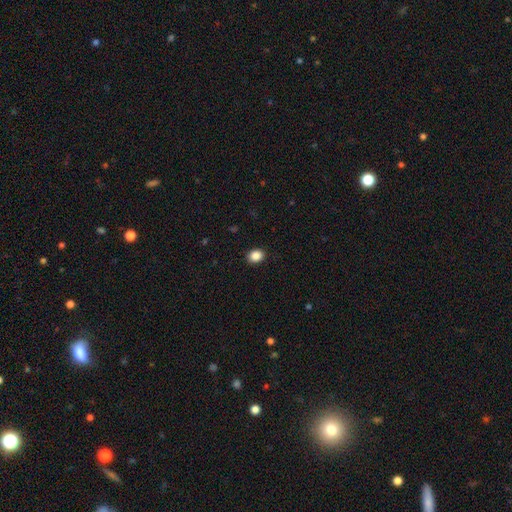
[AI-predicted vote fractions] Q: Smooth or featured?
A: smooth (87%); runner-up: star or artifact (10%)
Q: How rounded?
A: round (51%); runner-up: in between (48%)
Q: Merging?
A: none (91%); runner-up: minor disturbance (6%)